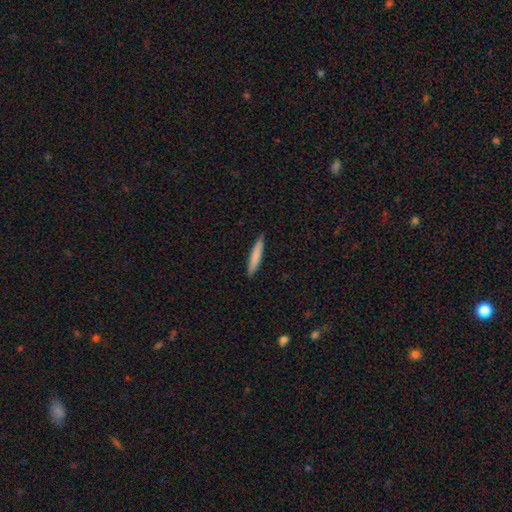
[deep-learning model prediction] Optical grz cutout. It shows a smooth galaxy with no disk features (79%) that is cigar-shaped (93%). Merging: none (91%).